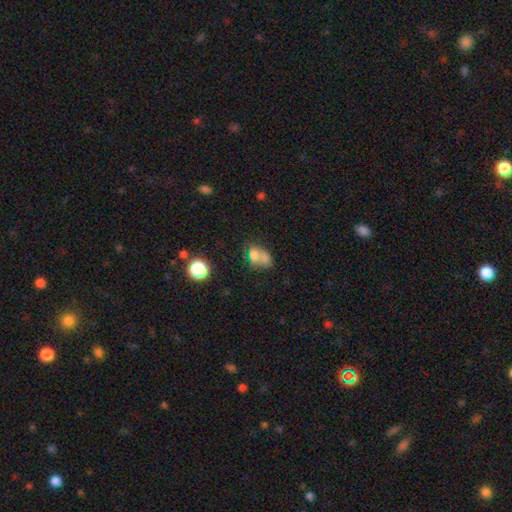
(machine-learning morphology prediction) Smooth or featured? smooth (64%)
How rounded? in between (66%)
Merging? merger (44%)